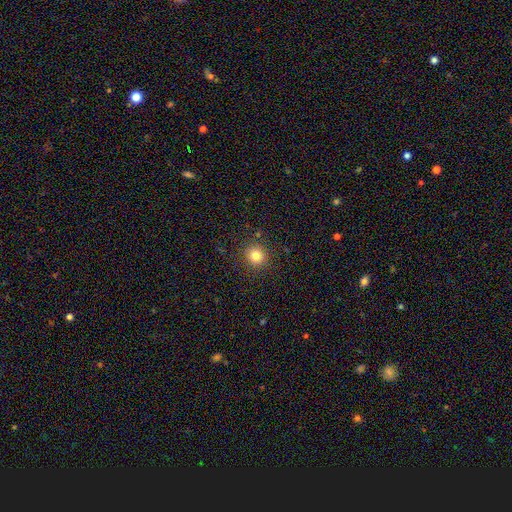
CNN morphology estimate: Q: Smooth or featured?
A: smooth (81%); runner-up: star or artifact (13%)
Q: How rounded?
A: round (91%); runner-up: in between (8%)
Q: Merging?
A: none (90%); runner-up: minor disturbance (7%)